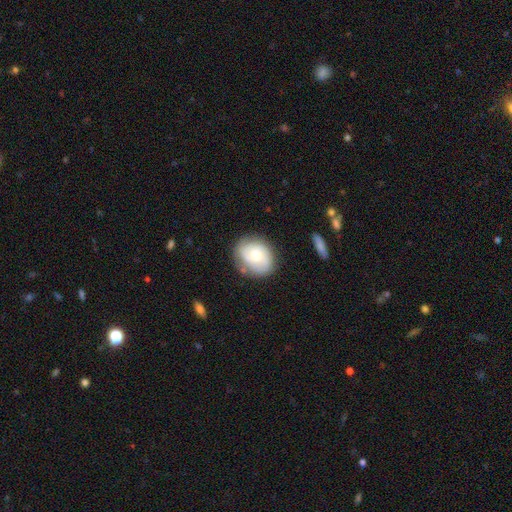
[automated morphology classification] Smooth or featured: featured or disk — 49% (smooth — 44%)
Merging: none — 72% (minor disturbance — 18%)